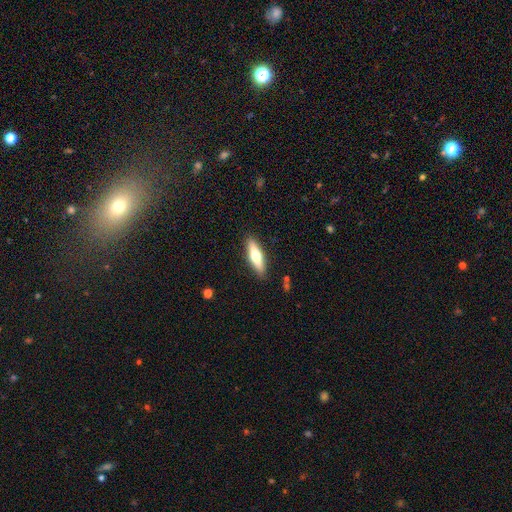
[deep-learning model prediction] Smooth or featured?
  - smooth: 52% *
  - featured or disk: 42%
  - star or artifact: 6%
How rounded?
  - cigar-shaped: 63% *
  - in between: 35%
  - round: 2%
Merging?
  - none: 88% *
  - minor disturbance: 8%
  - major disturbance: 2%
  - merger: 1%